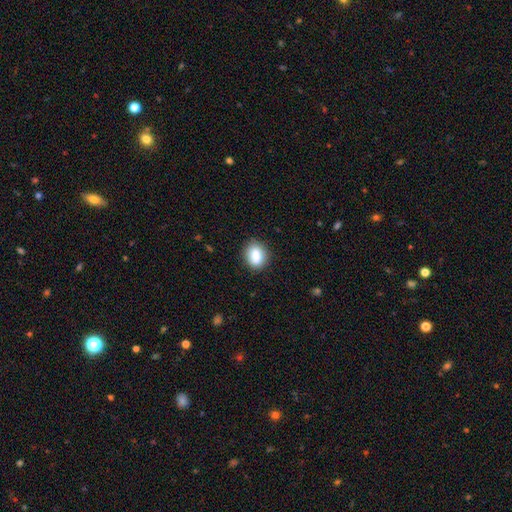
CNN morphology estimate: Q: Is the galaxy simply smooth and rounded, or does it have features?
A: smooth — 87%.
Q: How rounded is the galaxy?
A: in between — 61%.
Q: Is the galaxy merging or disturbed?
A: none — 85%.